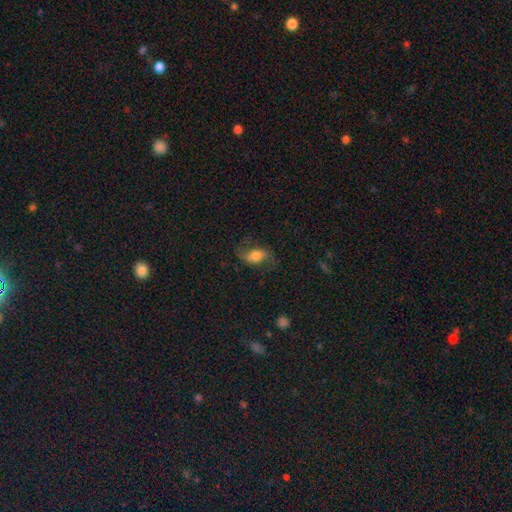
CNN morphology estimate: The model was most divided on "bulge size": moderate: 38%, large: 36%, small: 13%, dominant: 6%, none: 6%. Remaining: edge-on disk — no (93%); spiral arms — yes (88%); merging — none (66%); smooth or featured — featured or disk (56%); bar — no (46%).